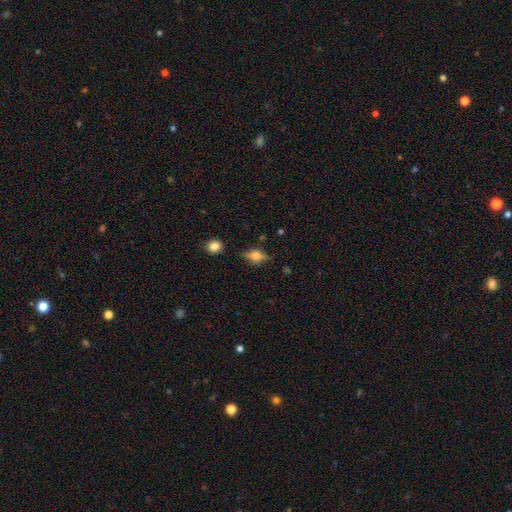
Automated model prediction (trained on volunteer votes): Overall: smooth (47%; featured or disk 42%). Merging: none (79%).